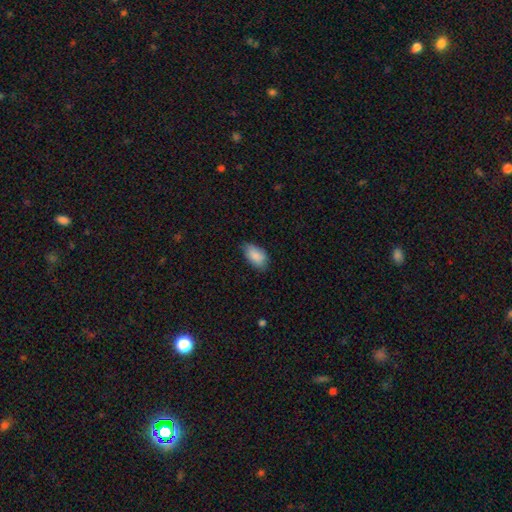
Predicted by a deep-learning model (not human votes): Overall: smooth (87%). How rounded: in between (93%). Merging: none (68%).